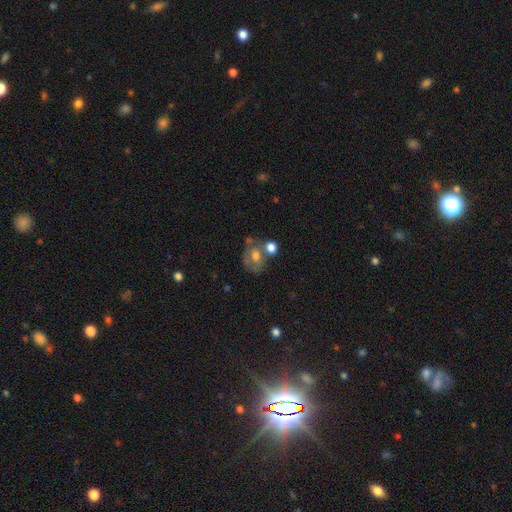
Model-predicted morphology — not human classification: type=smooth (59%); roundness=in between (56%); merging=none (38%).